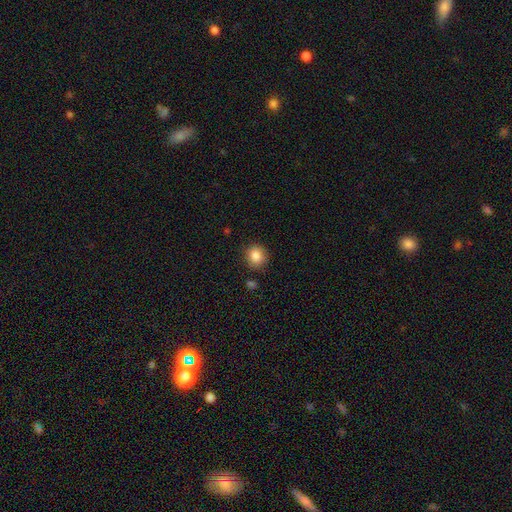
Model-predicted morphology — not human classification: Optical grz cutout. It shows a smooth galaxy with no disk features (86%) that is round (84%). Merging: none (85%).